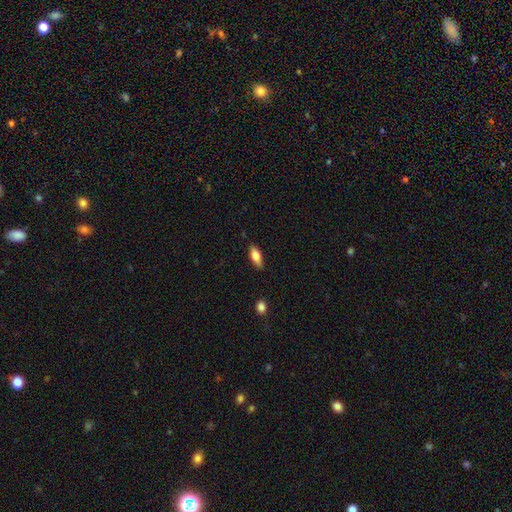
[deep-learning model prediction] A smooth galaxy with no disk features (75%) that is in between round and cigar-shaped (72%). Merging: none (84%).